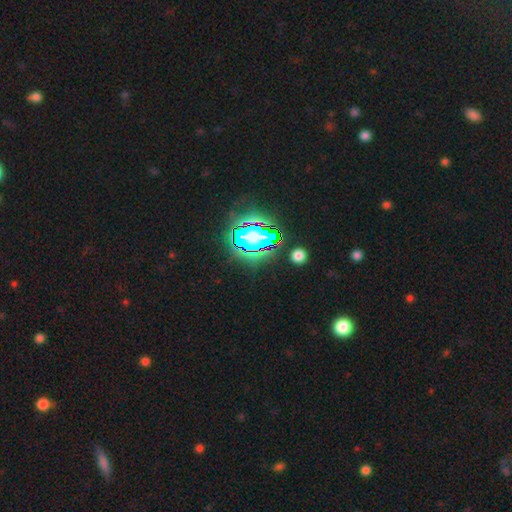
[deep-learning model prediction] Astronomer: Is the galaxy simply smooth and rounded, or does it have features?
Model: star or artifact — 84%.